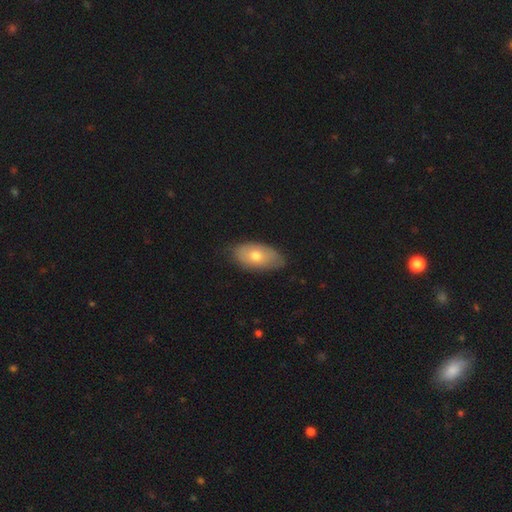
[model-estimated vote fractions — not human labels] smooth_or_featured: smooth (p=0.67) [alt: featured or disk p=0.27]
how_rounded: in between (p=0.93) [alt: round p=0.05]
merging: none (p=0.73) [alt: minor disturbance p=0.22]